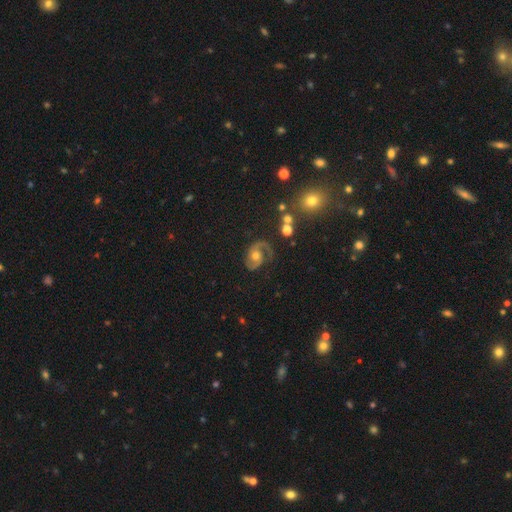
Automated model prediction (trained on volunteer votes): Q: Smooth or featured?
A: featured or disk (85%); runner-up: smooth (8%)
Q: Edge-on disk?
A: no (98%); runner-up: yes (2%)
Q: Bar?
A: no (69%); runner-up: weak (25%)
Q: Spiral arms?
A: yes (96%); runner-up: no (4%)
Q: Spiral winding?
A: medium (52%); runner-up: tight (27%)
Q: Spiral arm count?
A: 2 (78%); runner-up: 1 (16%)
Q: Bulge size?
A: moderate (71%); runner-up: small (20%)
Q: Merging?
A: none (67%); runner-up: minor disturbance (18%)